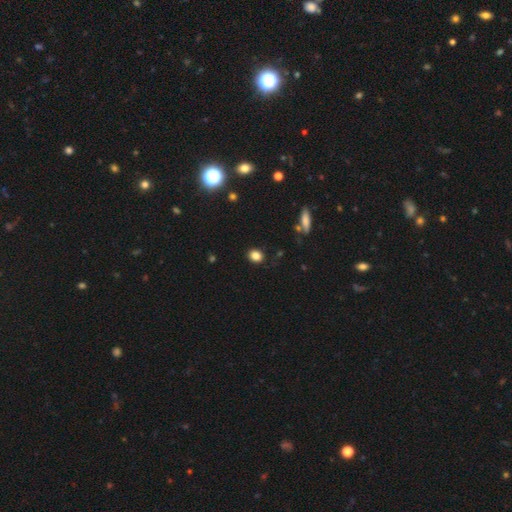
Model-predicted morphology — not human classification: Q: Smooth or featured?
A: smooth (84%); runner-up: star or artifact (12%)
Q: How rounded?
A: round (66%); runner-up: in between (33%)
Q: Merging?
A: none (87%); runner-up: minor disturbance (9%)